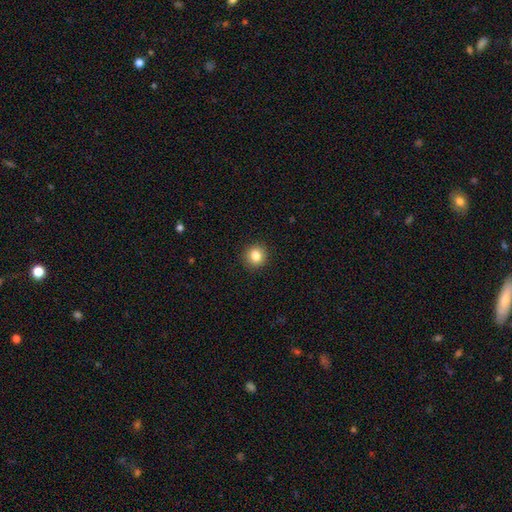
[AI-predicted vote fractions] Overall: smooth (83%). How rounded: round (92%). Merging: none (92%).